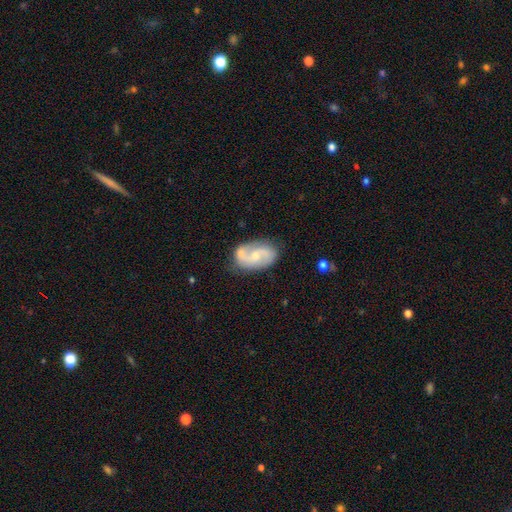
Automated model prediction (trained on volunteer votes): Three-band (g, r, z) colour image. It shows a featured or disk galaxy (77%) with no bar (53%), 2 (88%) medium (51%) spiral arms (92%) and a small central bulge (49%). Merging: none (67%).